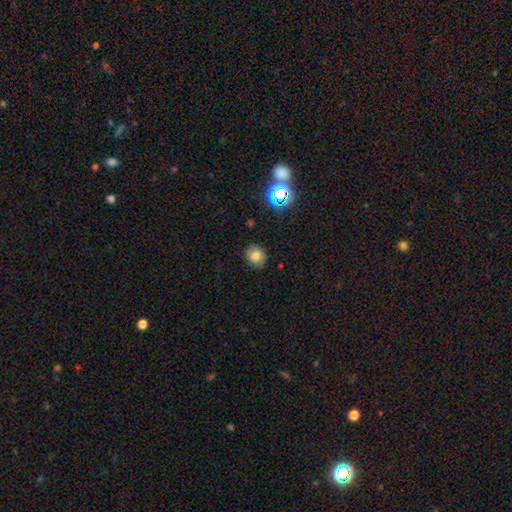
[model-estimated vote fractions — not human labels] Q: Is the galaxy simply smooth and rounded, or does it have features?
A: smooth — 76%.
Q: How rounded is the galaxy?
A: round — 76%.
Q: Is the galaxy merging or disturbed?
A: none — 85%.